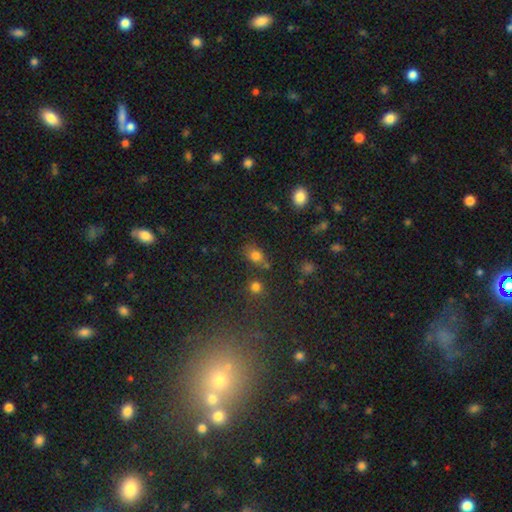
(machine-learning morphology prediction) Smooth or featured? Predicted: smooth (p=0.74). How rounded? Predicted: in between (p=0.56). Merging? Predicted: none (p=0.63).